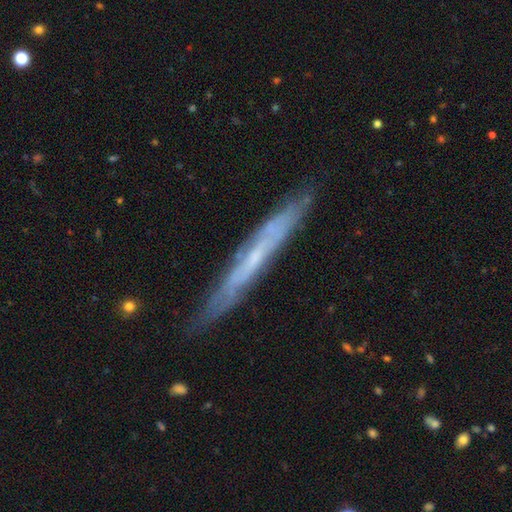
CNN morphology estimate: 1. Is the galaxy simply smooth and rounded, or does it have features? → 66% featured or disk, 27% smooth, 7% star or artifact.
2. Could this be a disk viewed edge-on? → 84% yes, 16% no.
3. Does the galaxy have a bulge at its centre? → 74% none, 21% rounded, 5% boxy.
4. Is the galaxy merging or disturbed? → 83% none, 13% minor disturbance, 2% major disturbance, 1% merger.